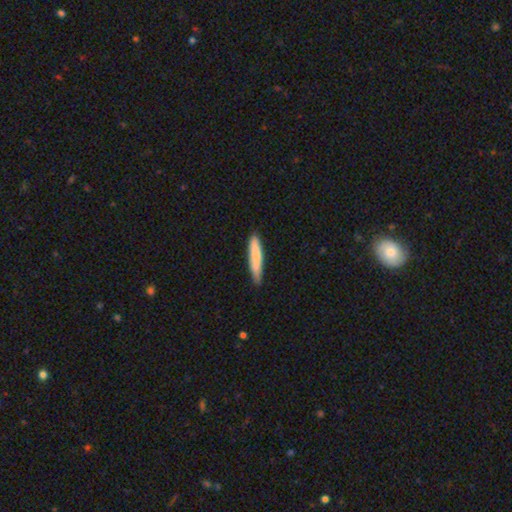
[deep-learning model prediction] Q: Smooth or featured?
A: smooth (80%); runner-up: featured or disk (15%)
Q: How rounded?
A: cigar-shaped (89%); runner-up: in between (10%)
Q: Merging?
A: none (81%); runner-up: minor disturbance (16%)